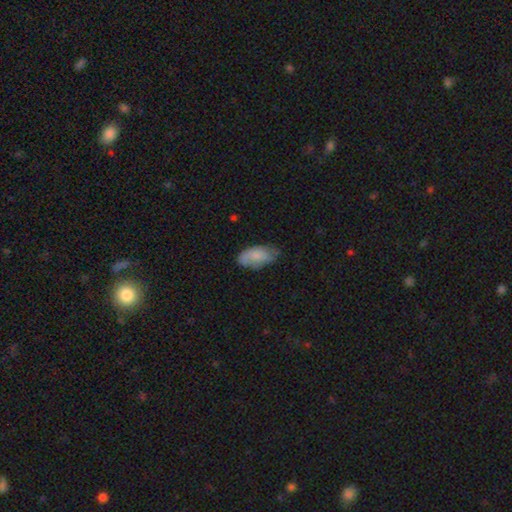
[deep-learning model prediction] Q: Smooth or featured?
A: smooth (76%); runner-up: featured or disk (18%)
Q: How rounded?
A: in between (94%); runner-up: cigar-shaped (4%)
Q: Merging?
A: none (59%); runner-up: minor disturbance (32%)